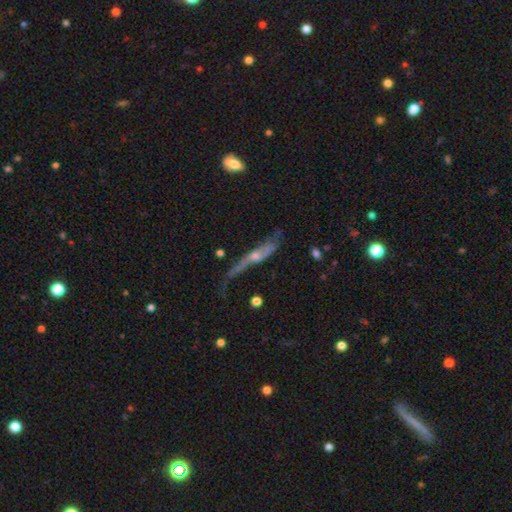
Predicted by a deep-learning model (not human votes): smooth_or_featured: featured or disk (p=0.68) [alt: smooth p=0.23]
disk_edge_on: yes (p=0.71) [alt: no p=0.29]
merging: none (p=0.42) [alt: minor disturbance p=0.29]